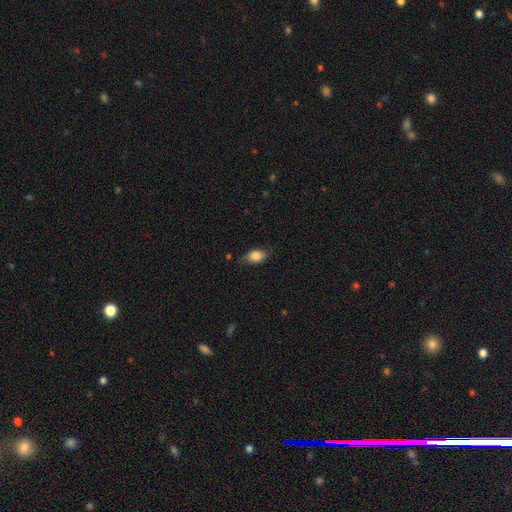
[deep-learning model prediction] Smooth or featured: smooth — 83% (featured or disk — 9%)
How rounded: in between — 83% (round — 14%)
Merging: none — 67% (minor disturbance — 26%)